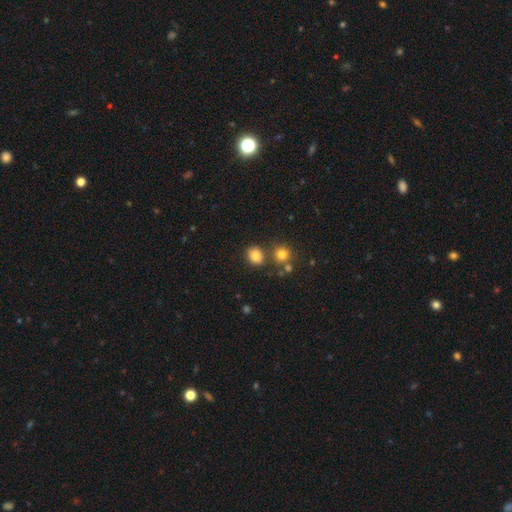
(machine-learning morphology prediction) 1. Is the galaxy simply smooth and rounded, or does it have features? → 83% smooth, 12% star or artifact, 6% featured or disk.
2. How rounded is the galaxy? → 52% round, 47% in between, 1% cigar-shaped.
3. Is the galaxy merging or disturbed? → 73% none, 12% merger, 11% minor disturbance, 4% major disturbance.